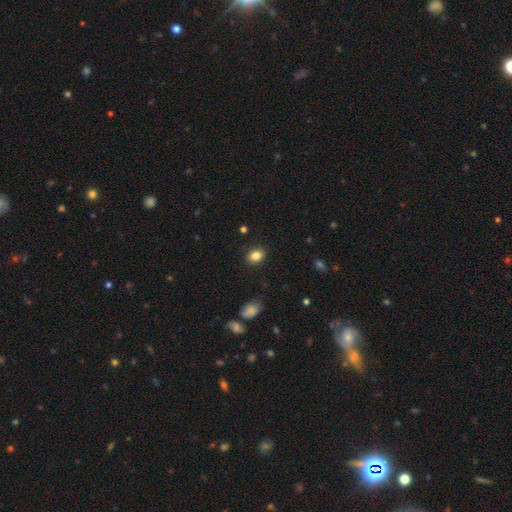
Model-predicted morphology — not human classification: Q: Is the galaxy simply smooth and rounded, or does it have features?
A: smooth — 85%.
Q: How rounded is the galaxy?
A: in between — 66%.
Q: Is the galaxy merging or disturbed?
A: none — 87%.